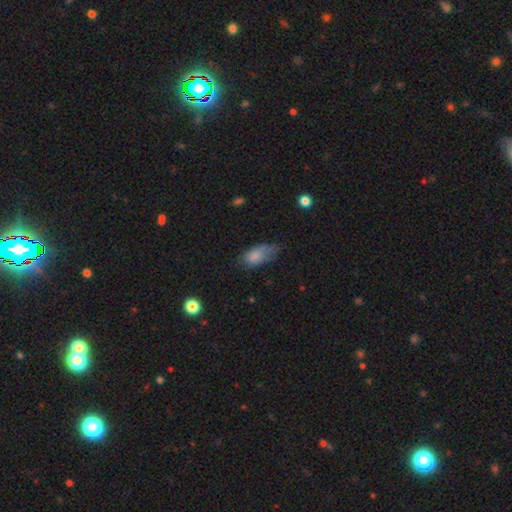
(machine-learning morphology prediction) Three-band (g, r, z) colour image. It shows a smooth galaxy with no disk features (74%) that is in between round and cigar-shaped (91%). Merging: minor disturbance (37%).